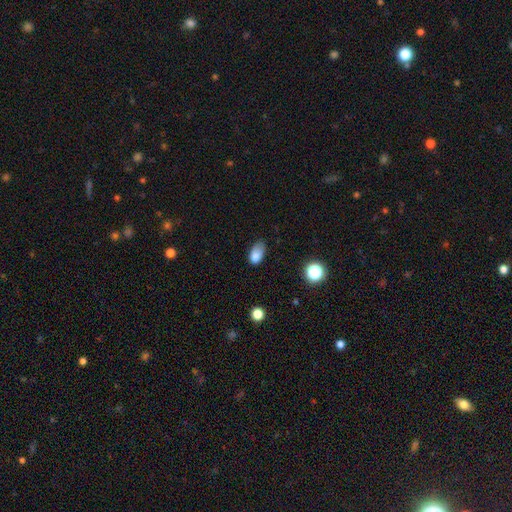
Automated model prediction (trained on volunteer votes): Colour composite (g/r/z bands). It shows a smooth galaxy with no disk features (82%) that is in between round and cigar-shaped (89%). Merging: none (46%).